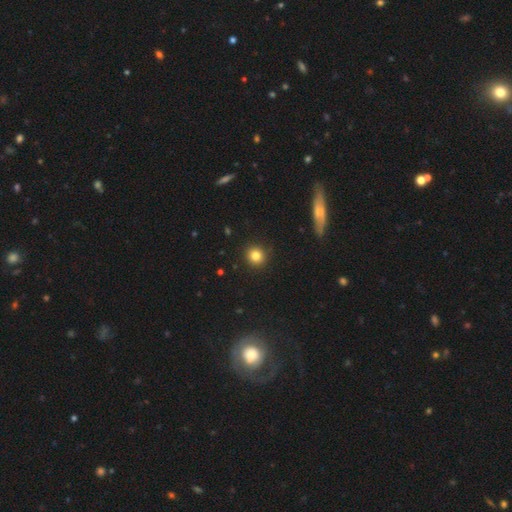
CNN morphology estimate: A smooth galaxy with no disk features (83%) that is round (92%).

Vote fractions:
- Smooth or featured? smooth: 83% / star or artifact: 11% / featured or disk: 6%
- How rounded? round: 92% / in between: 7% / cigar-shaped: 1%
- Merging? none: 91% / minor disturbance: 6% / major disturbance: 2% / merger: 1%